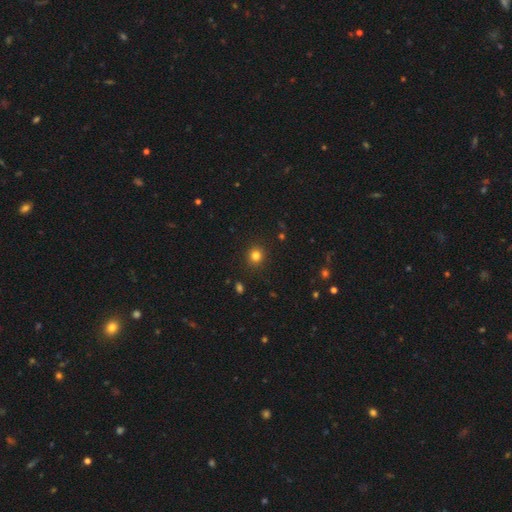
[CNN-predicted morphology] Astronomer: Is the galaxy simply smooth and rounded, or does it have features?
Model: smooth — 81%.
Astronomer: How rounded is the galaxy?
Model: round — 89%.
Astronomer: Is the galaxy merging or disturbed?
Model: none — 91%.